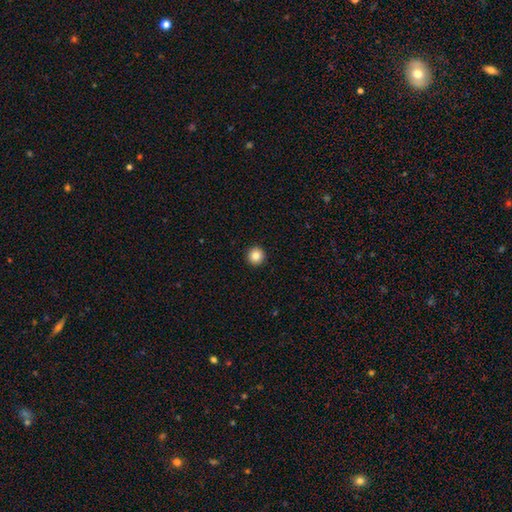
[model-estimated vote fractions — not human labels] Overall: smooth (85%). How rounded: round (96%). Merging: none (94%).